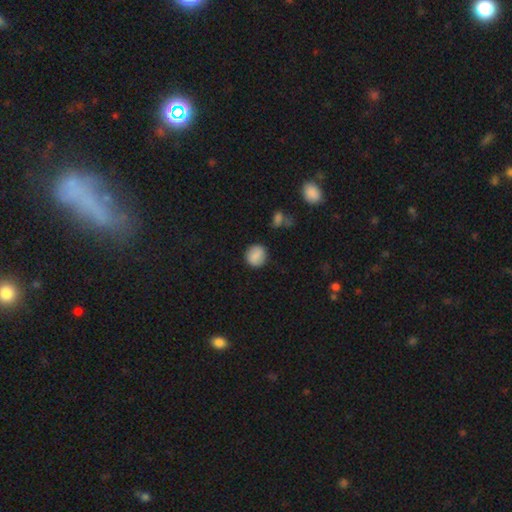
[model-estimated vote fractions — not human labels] smooth-or-featured: smooth: 83% | star or artifact: 8% | featured or disk: 8%
  how-rounded: round: 84% | in between: 15% | cigar-shaped: 1%
  merging: none: 86% | minor disturbance: 10% | major disturbance: 3% | merger: 2%